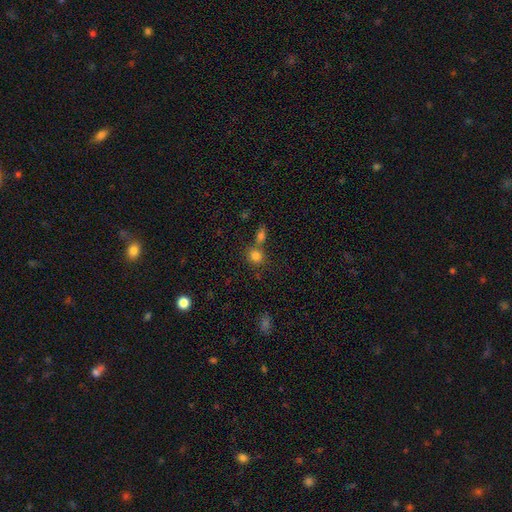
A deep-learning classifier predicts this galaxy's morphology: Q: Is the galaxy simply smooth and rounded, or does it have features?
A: smooth — 81%.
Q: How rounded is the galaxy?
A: round — 74%.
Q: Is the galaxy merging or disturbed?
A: none — 55%.